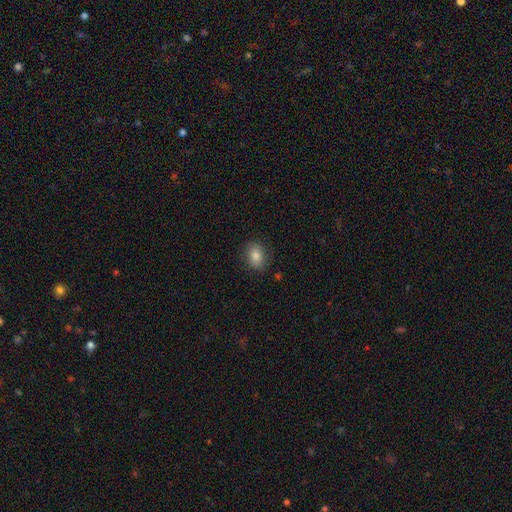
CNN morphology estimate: Smooth or featured? smooth (82%)
How rounded? in between (66%)
Merging? none (85%)